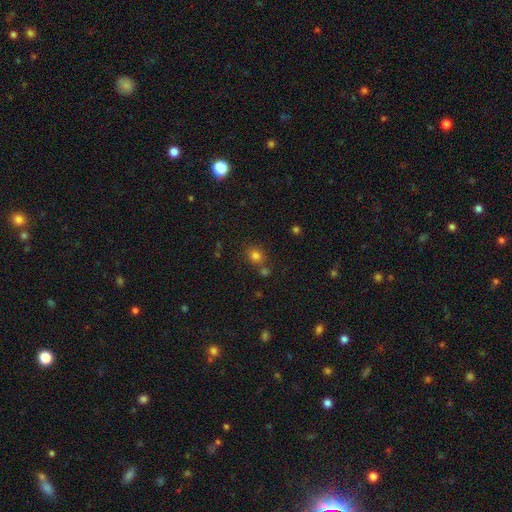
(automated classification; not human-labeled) smooth 78%, star or artifact 15%, featured or disk 6%. Down the decision tree: how rounded — round (74%); merging — none (70%).